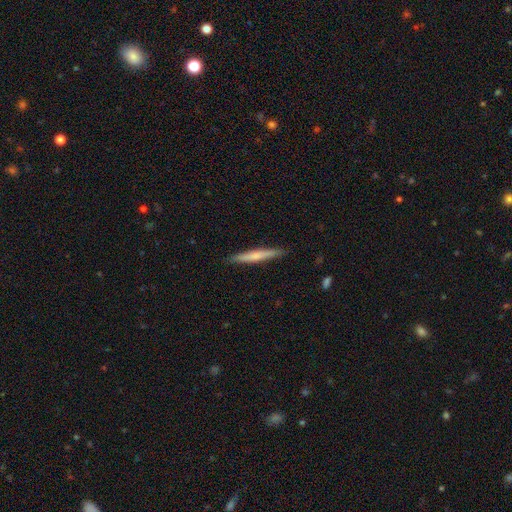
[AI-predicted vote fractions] The model was most divided on "smooth or featured": smooth: 57%, featured or disk: 37%, star or artifact: 6%. More confident: how rounded — cigar-shaped (96%); merging — none (90%).